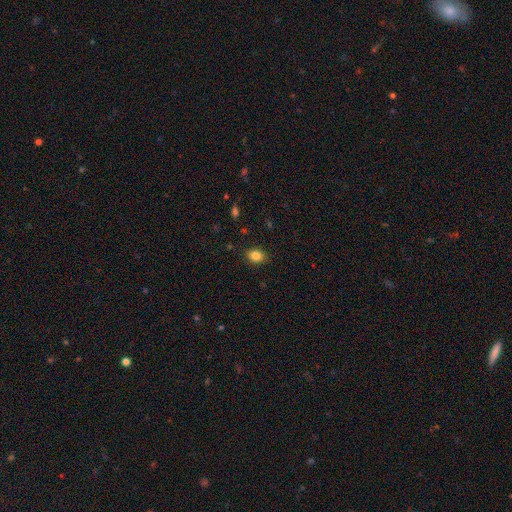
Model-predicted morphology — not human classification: Overall: smooth (84%). How rounded: in between (58%; round 41%). Merging: none (87%).